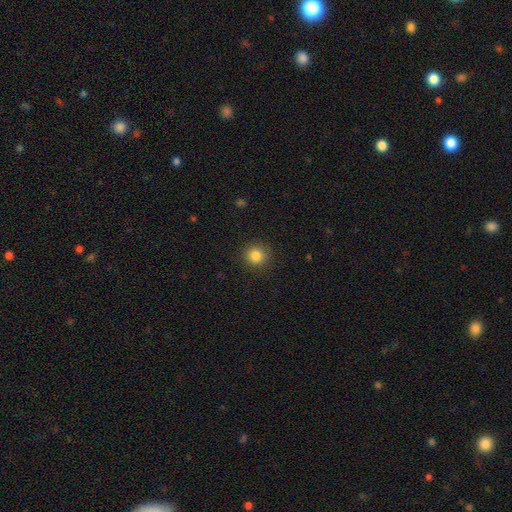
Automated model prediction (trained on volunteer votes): smooth_or_featured: smooth (p=0.84) [alt: star or artifact p=0.11]
how_rounded: round (p=0.92) [alt: in between p=0.08]
merging: none (p=0.90) [alt: minor disturbance p=0.07]